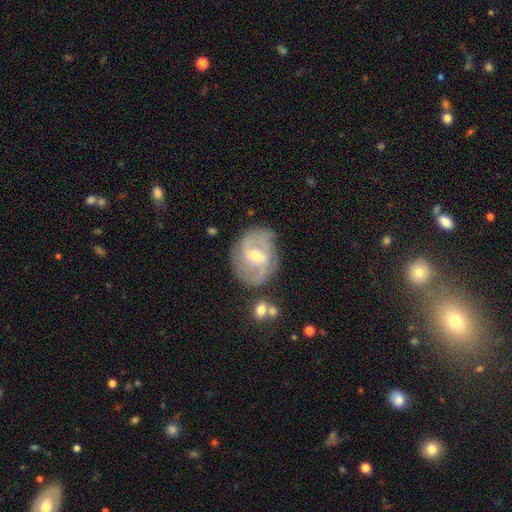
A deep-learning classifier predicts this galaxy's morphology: Smooth or featured?
  - featured or disk: 78% *
  - smooth: 16%
  - star or artifact: 6%
Edge-on disk?
  - no: 97% *
  - yes: 3%
Bar?
  - weak: 56% *
  - strong: 24%
  - no: 19%
Spiral arms?
  - yes: 89% *
  - no: 11%
Spiral winding?
  - medium: 45% *
  - tight: 34%
  - loose: 21%
Spiral arm count?
  - 2: 66% *
  - can't tell: 18%
  - 3: 9%
  - 1: 3%
  - 4: 2%
  - more than 4: 2%
Bulge size?
  - moderate: 50% *
  - small: 47%
  - large: 2%
  - none: 1%
  - dominant: 1%
Merging?
  - none: 72% *
  - minor disturbance: 18%
  - major disturbance: 6%
  - merger: 4%